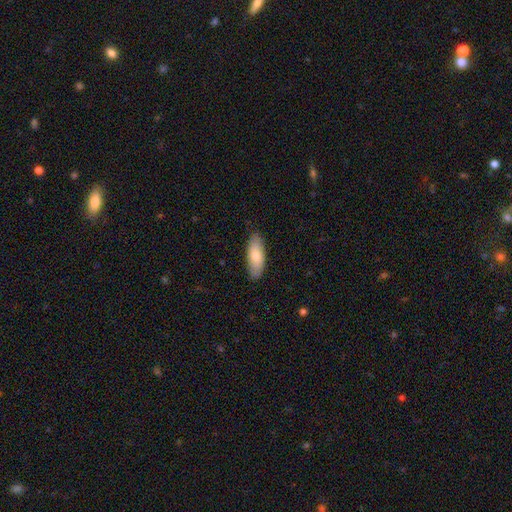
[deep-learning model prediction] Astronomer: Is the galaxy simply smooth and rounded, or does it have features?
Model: smooth — 76%.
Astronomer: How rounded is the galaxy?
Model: in between — 77%.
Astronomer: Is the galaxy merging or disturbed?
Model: none — 87%.